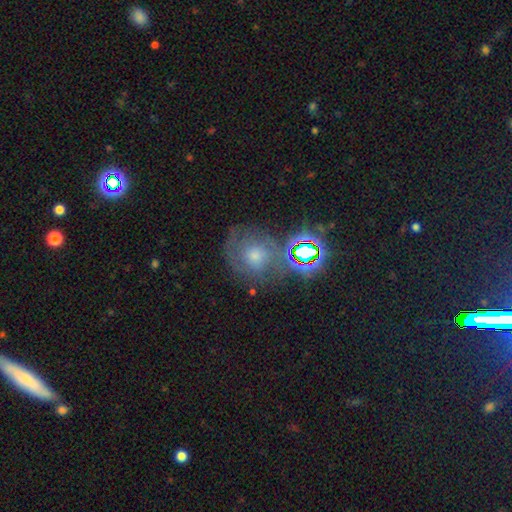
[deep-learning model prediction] Smooth or featured? Predicted: smooth (p=0.44). Merging? Predicted: none (p=0.54).